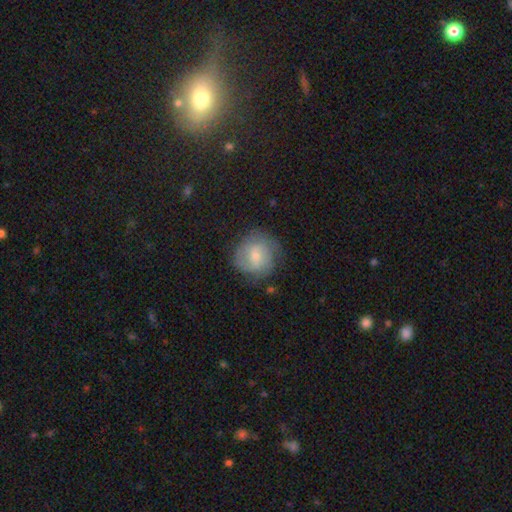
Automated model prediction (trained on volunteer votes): Smooth or featured? smooth (47%)
Merging? none (74%)